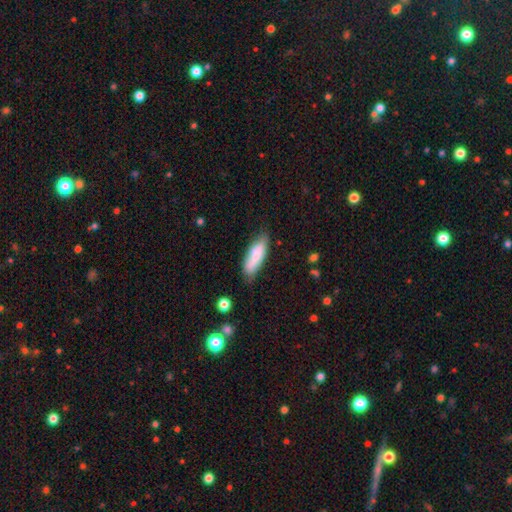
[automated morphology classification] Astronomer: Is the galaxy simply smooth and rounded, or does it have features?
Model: smooth — 75%.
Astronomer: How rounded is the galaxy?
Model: in between — 57% (runner-up: cigar-shaped, 41%).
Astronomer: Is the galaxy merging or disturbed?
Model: none — 67%.